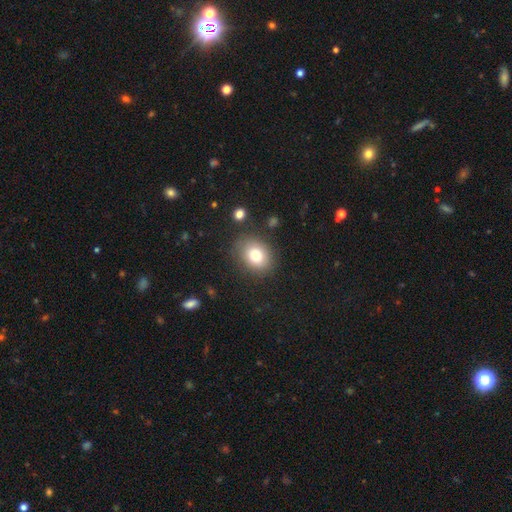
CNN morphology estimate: This appears to be a smooth galaxy with no disk features (77%) that is in between round and cigar-shaped (54%). Merging: none (81%).